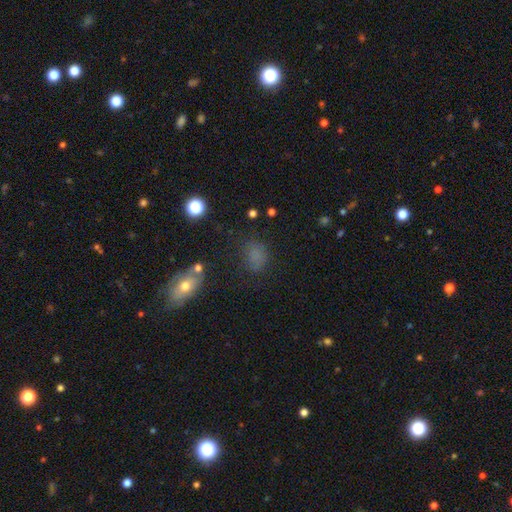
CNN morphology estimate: Smooth or featured: smooth — 72% (star or artifact — 19%)
How rounded: in between — 66% (round — 32%)
Merging: none — 66% (minor disturbance — 19%)